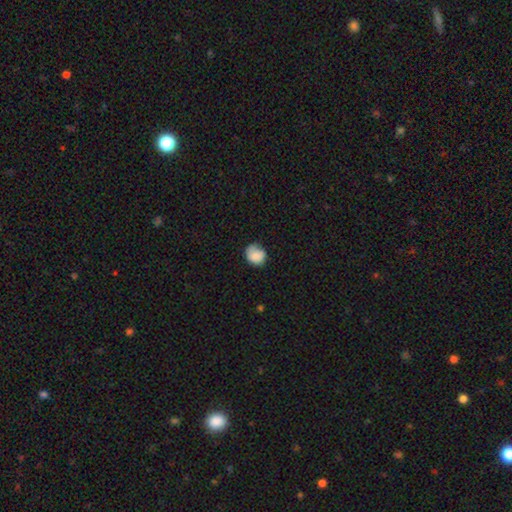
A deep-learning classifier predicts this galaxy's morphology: Overall: smooth (82%). How rounded: round (71%). Merging: none (56%; minor disturbance 33%).